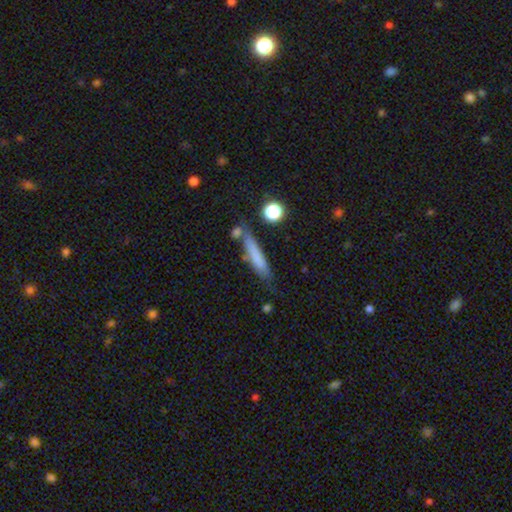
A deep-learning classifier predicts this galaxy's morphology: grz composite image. It shows a smooth galaxy with no disk features (72%) that is cigar-shaped (88%). Merging: none (67%).